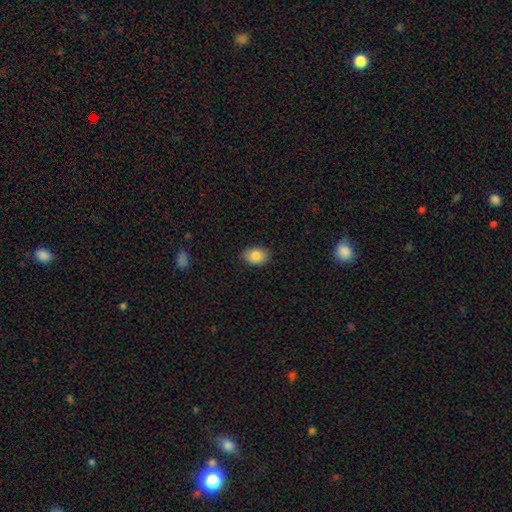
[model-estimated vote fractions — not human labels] The model was most divided on "how rounded": in between: 74%, round: 25%, cigar-shaped: 1%. More confident: merging — none (86%); smooth or featured — smooth (85%).